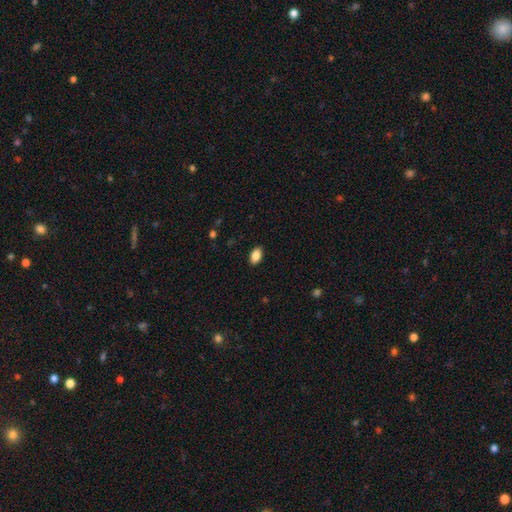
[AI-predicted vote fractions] smooth_or_featured: smooth (p=0.86) [alt: star or artifact p=0.08]
how_rounded: in between (p=0.92) [alt: round p=0.06]
merging: none (p=0.89) [alt: minor disturbance p=0.08]